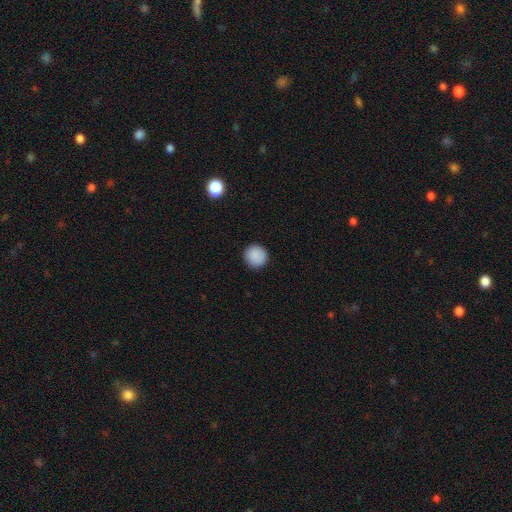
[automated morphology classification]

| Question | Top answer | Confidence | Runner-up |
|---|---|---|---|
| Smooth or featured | smooth | 89% | star or artifact (8%) |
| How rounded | round | 95% | in between (5%) |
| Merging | none | 91% | minor disturbance (6%) |